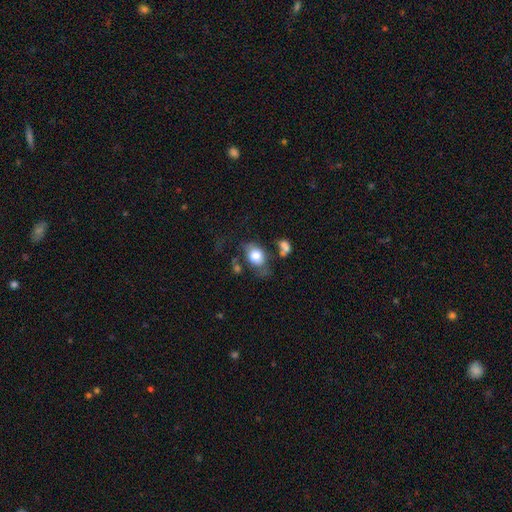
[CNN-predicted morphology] Overall: smooth (74%). How rounded: in between (69%; round 29%). Merging: none (47%; minor disturbance 25%).